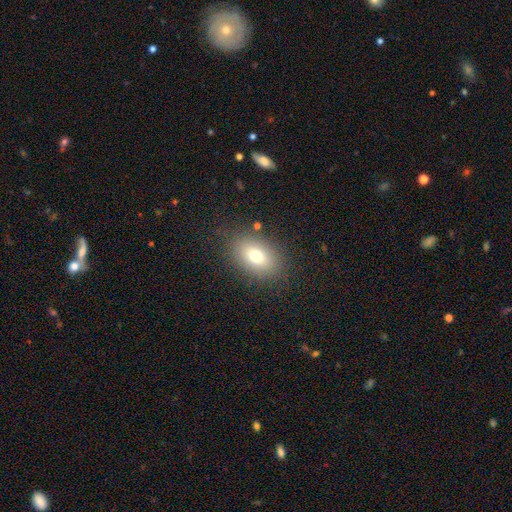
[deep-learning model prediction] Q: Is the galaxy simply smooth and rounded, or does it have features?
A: smooth — 75%.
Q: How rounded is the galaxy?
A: in between — 83%.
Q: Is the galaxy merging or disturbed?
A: none — 83%.